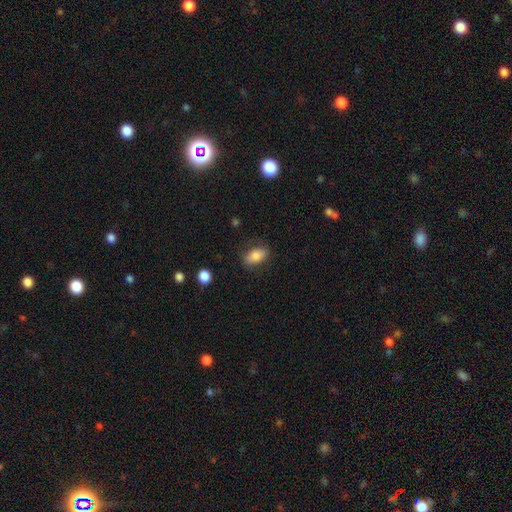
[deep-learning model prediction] Morphology: type=smooth (81%); roundness=in between (87%); merging=none (78%).